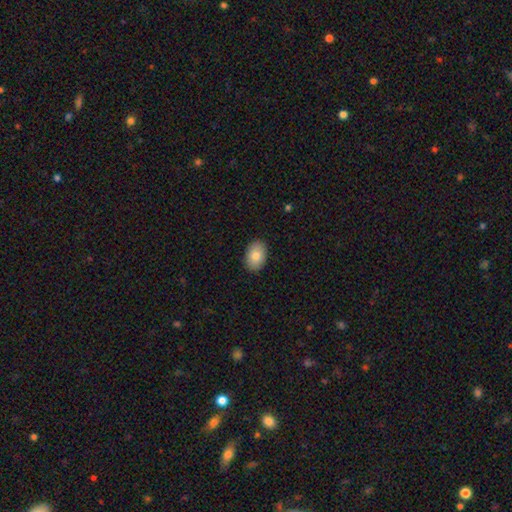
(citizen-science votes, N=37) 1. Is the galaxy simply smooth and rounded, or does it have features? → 89% smooth, 5% featured or disk, 5% star or artifact.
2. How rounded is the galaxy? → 94% in between, 6% round, 0% cigar-shaped.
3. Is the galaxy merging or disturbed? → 89% none, 9% minor disturbance, 3% major disturbance, 0% merger.